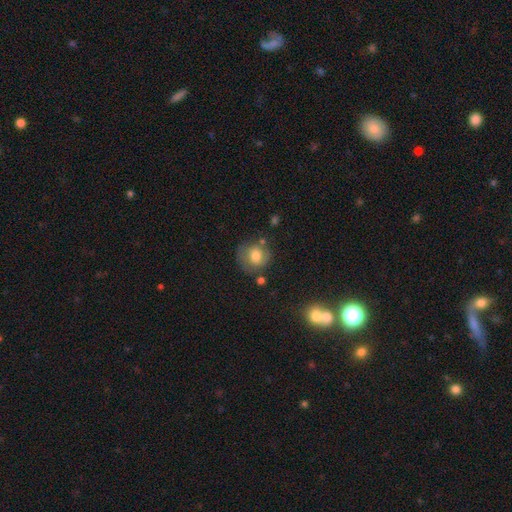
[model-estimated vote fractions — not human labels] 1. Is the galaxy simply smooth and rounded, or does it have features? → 71% smooth, 20% featured or disk, 9% star or artifact.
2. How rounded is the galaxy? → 81% round, 18% in between, 1% cigar-shaped.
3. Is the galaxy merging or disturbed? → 63% none, 22% minor disturbance, 9% major disturbance, 7% merger.